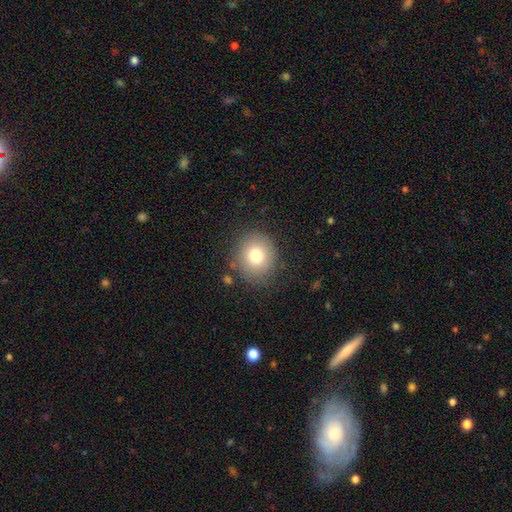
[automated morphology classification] Smooth or featured?
  - smooth: 76% *
  - featured or disk: 13%
  - star or artifact: 11%
How rounded?
  - round: 83% *
  - in between: 16%
  - cigar-shaped: 1%
Merging?
  - none: 81% *
  - minor disturbance: 12%
  - major disturbance: 4%
  - merger: 2%